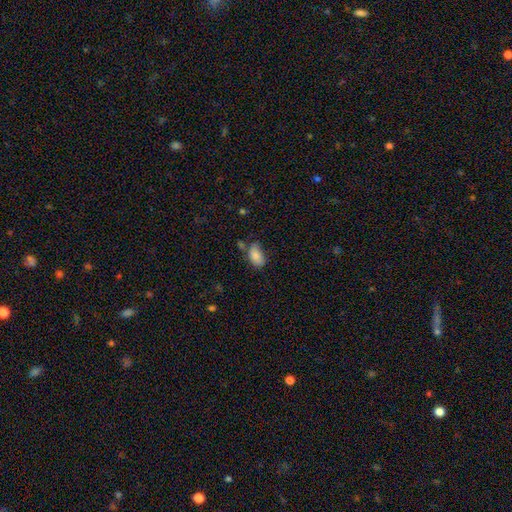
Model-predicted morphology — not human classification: Overall: smooth (81%). How rounded: in between (92%). Merging: none (50%; minor disturbance 31%).